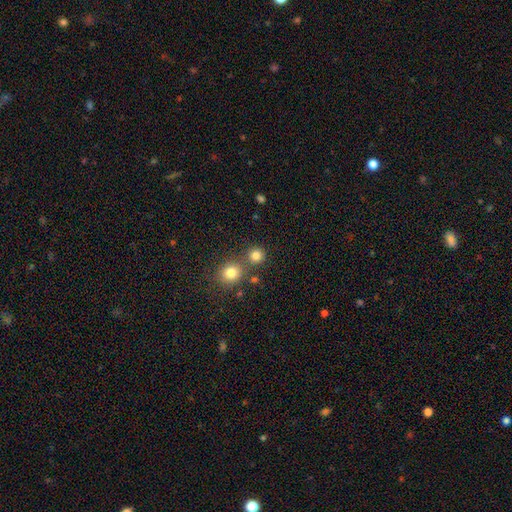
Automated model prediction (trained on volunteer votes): Smooth or featured: smooth — 81% (star or artifact — 13%)
How rounded: round — 90% (in between — 9%)
Merging: none — 71% (merger — 19%)